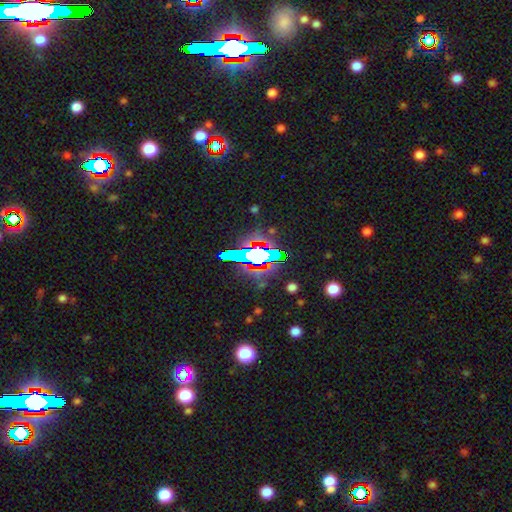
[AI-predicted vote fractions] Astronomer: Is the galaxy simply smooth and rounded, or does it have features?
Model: star or artifact — 77%.